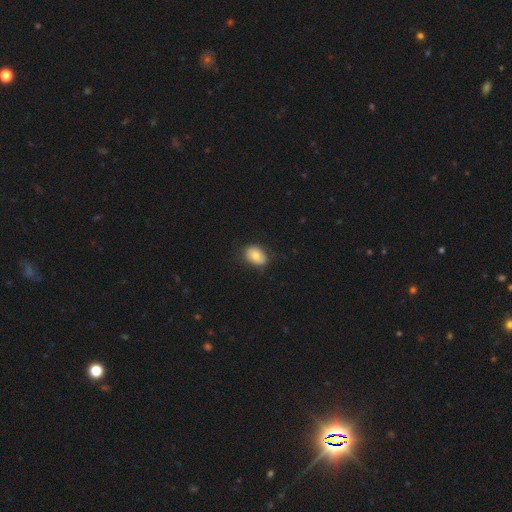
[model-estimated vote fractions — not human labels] Q: Smooth or featured?
A: smooth (76%); runner-up: featured or disk (17%)
Q: How rounded?
A: in between (76%); runner-up: round (23%)
Q: Merging?
A: none (82%); runner-up: minor disturbance (14%)